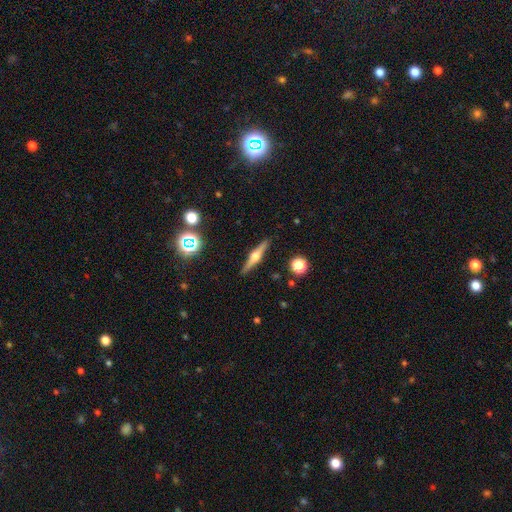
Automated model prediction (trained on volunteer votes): This appears to be a featured or disk galaxy (73%) viewed edge-on (97%) with a rounded central bulge (94%). Merging: none (90%).